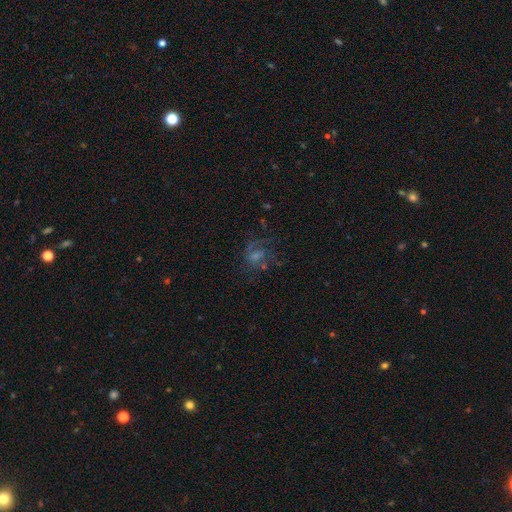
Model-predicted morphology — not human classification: Smooth or featured? Predicted: featured or disk (p=0.50). Merging? Predicted: none (p=0.54).